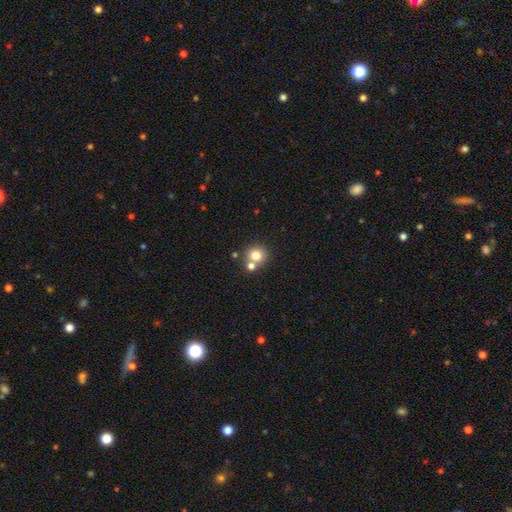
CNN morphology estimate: Smooth or featured?
  - smooth: 78% *
  - star or artifact: 12%
  - featured or disk: 10%
How rounded?
  - round: 88% *
  - in between: 11%
  - cigar-shaped: 1%
Merging?
  - none: 61% *
  - merger: 29%
  - minor disturbance: 7%
  - major disturbance: 3%